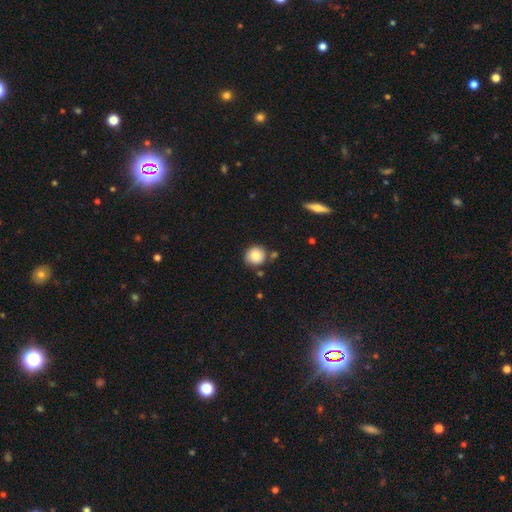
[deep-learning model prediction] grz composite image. It shows a smooth galaxy with no disk features (83%) that is round (91%). Merging: none (77%).